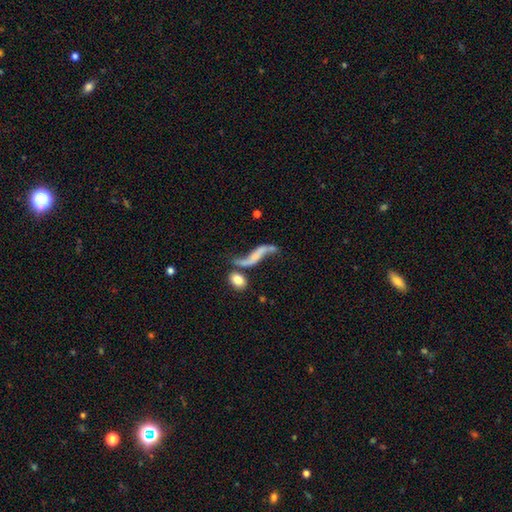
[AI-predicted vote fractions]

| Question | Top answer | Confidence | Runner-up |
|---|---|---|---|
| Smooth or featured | featured or disk | 74% | smooth (17%) |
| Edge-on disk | no | 82% | yes (18%) |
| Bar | no | 57% | weak (27%) |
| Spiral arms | yes | 85% | no (15%) |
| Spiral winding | loose | 94% | medium (4%) |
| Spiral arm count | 2 | 90% | 1 (5%) |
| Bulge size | small | 48% | none (31%) |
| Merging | none | 43% | merger (23%) |